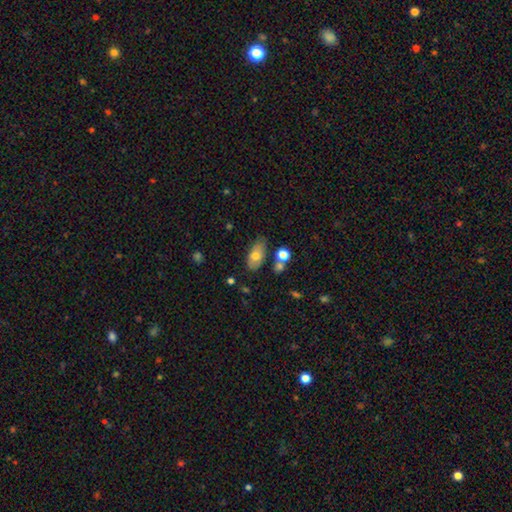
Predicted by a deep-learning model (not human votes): A smooth galaxy with no disk features (71%) that is in between round and cigar-shaped (90%).

Vote fractions:
- Smooth or featured? smooth: 71% / featured or disk: 22% / star or artifact: 7%
- How rounded? in between: 90% / round: 5% / cigar-shaped: 5%
- Merging? none: 65% / minor disturbance: 20% / merger: 10% / major disturbance: 5%